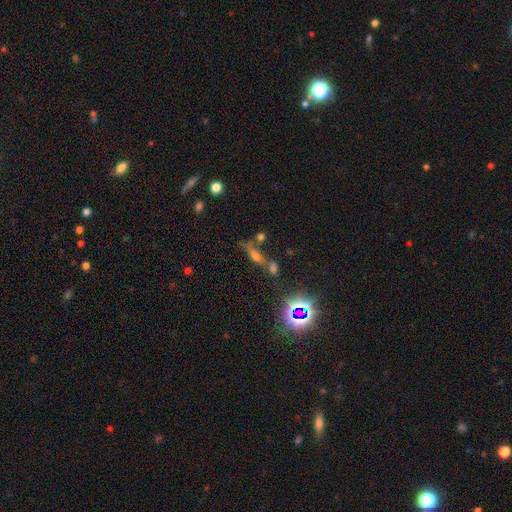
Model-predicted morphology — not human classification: This appears to be a featured or disk galaxy (36%). Merging: none (48%).